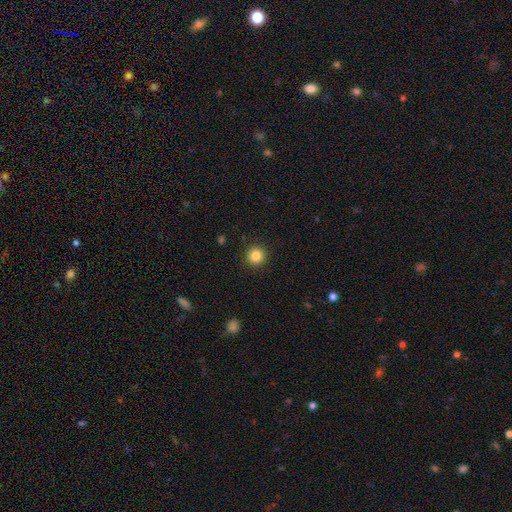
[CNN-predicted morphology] A smooth galaxy with no disk features (85%) that is round (95%). Merging: none (92%).